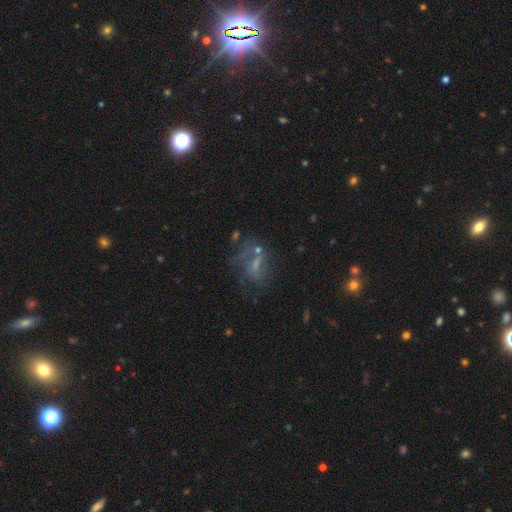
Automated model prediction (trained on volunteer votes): A featured or disk galaxy (47%).

Vote fractions:
- Smooth or featured? featured or disk: 47% / star or artifact: 27% / smooth: 27%
- Merging? none: 46% / major disturbance: 25% / minor disturbance: 18% / merger: 10%